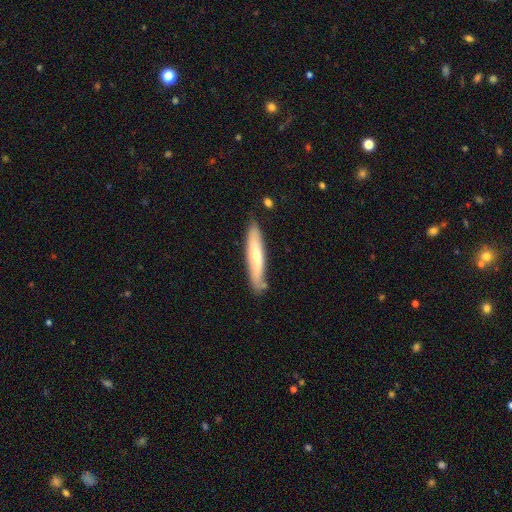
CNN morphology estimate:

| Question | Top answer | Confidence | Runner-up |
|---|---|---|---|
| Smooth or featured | smooth | 51% | featured or disk (43%) |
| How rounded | cigar-shaped | 84% | in between (14%) |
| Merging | none | 78% | minor disturbance (16%) |